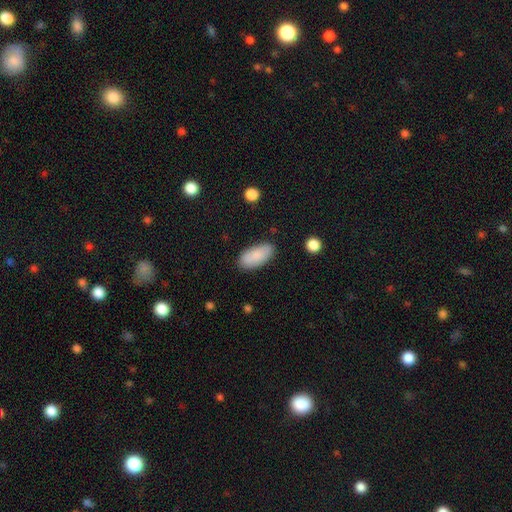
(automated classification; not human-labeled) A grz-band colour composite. It shows a smooth galaxy with no disk features (87%) that is in between round and cigar-shaped (91%). Merging: none (83%).